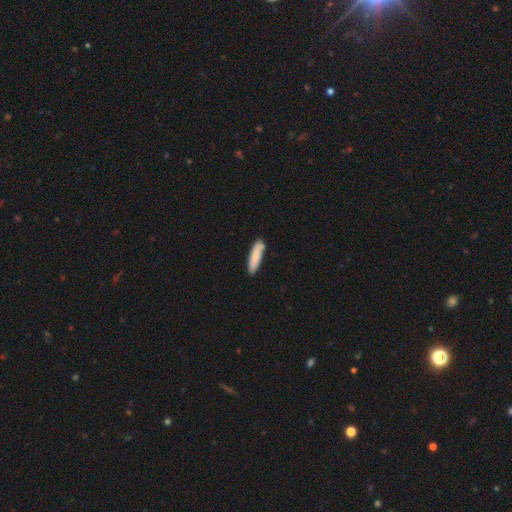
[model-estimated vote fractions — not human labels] smooth-or-featured: smooth: 83% | featured or disk: 12% | star or artifact: 6%
  how-rounded: cigar-shaped: 75% | in between: 24% | round: 1%
  merging: none: 80% | minor disturbance: 14% | merger: 4% | major disturbance: 2%